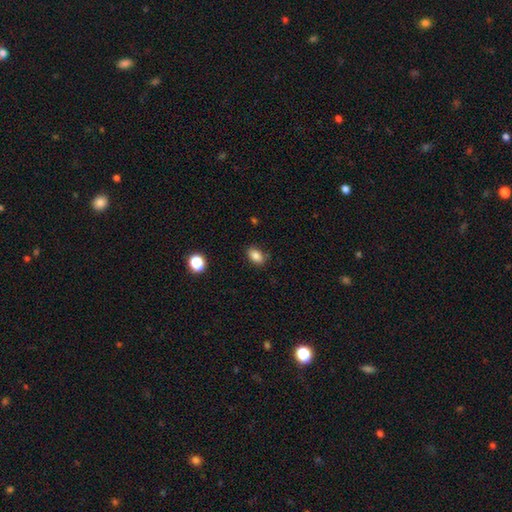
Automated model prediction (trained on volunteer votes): Smooth or featured? Predicted: smooth (p=0.85). How rounded? Predicted: in between (p=0.87). Merging? Predicted: none (p=0.84).